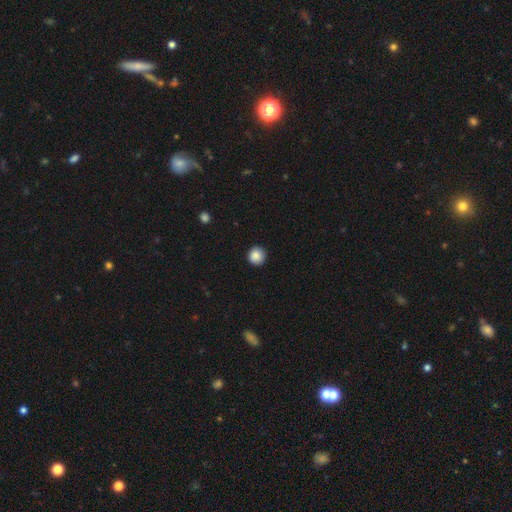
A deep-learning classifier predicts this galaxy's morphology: smooth-or-featured: smooth: 87% | star or artifact: 9% | featured or disk: 4%
  how-rounded: round: 94% | in between: 5% | cigar-shaped: 1%
  merging: none: 91% | minor disturbance: 6% | major disturbance: 2% | merger: 1%